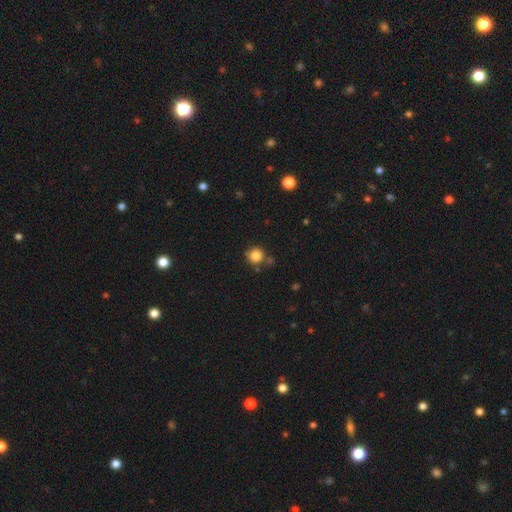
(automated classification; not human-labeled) smooth-or-featured: smooth: 84% | star or artifact: 11% | featured or disk: 5%
  how-rounded: round: 92% | in between: 7% | cigar-shaped: 1%
  merging: none: 75% | minor disturbance: 12% | merger: 10% | major disturbance: 3%